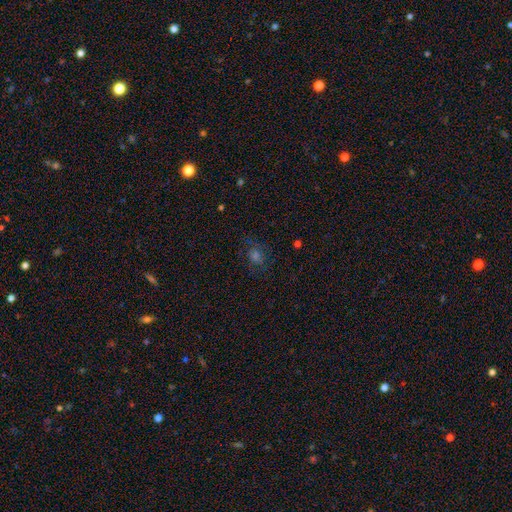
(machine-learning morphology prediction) A smooth galaxy with no disk features (42%). Merging: none (70%).